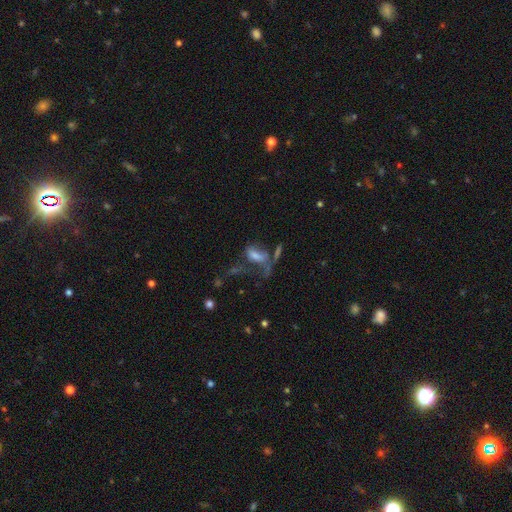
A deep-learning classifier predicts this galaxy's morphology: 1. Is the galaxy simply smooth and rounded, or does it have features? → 41% featured or disk, 39% smooth, 20% star or artifact.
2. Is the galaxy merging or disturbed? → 40% major disturbance, 24% none, 23% merger, 13% minor disturbance.